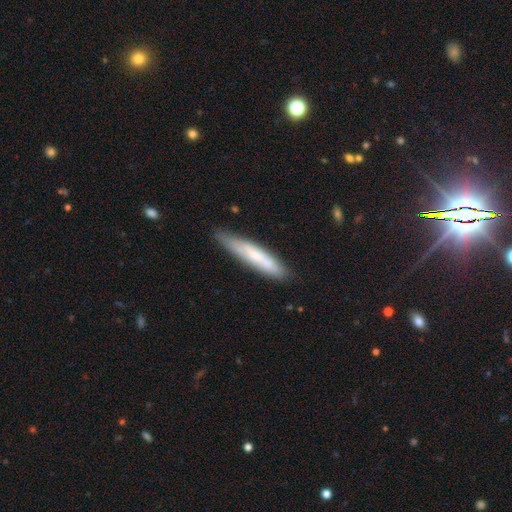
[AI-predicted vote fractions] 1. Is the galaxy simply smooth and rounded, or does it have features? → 62% smooth, 32% featured or disk, 6% star or artifact.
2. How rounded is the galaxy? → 88% cigar-shaped, 11% in between, 1% round.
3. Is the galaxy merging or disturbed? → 75% none, 20% minor disturbance, 3% major disturbance, 2% merger.